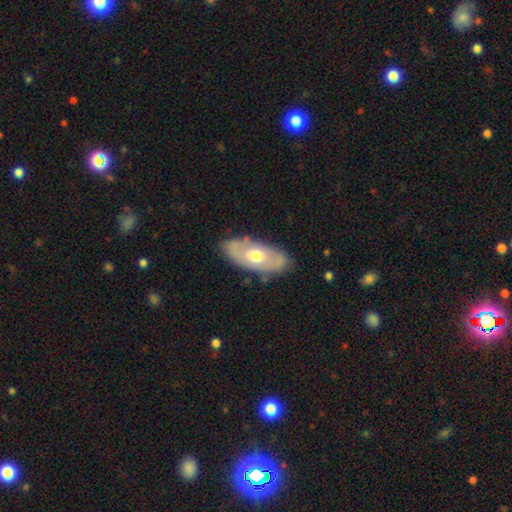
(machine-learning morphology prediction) A featured or disk galaxy (48%). Merging: none (79%).